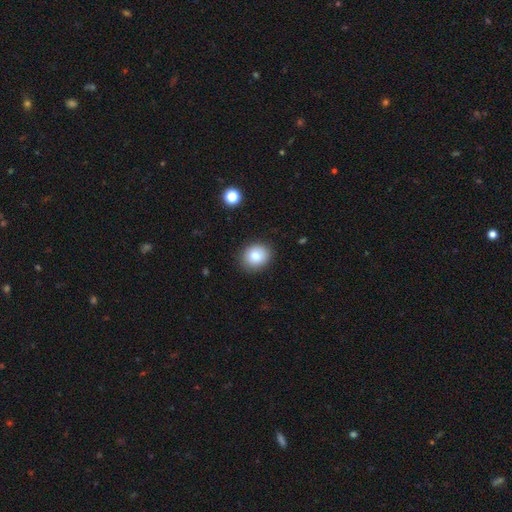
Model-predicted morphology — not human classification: Smooth or featured?
  - smooth: 81% *
  - featured or disk: 10%
  - star or artifact: 9%
How rounded?
  - round: 68% *
  - in between: 31%
  - cigar-shaped: 1%
Merging?
  - none: 87% *
  - minor disturbance: 9%
  - major disturbance: 2%
  - merger: 1%